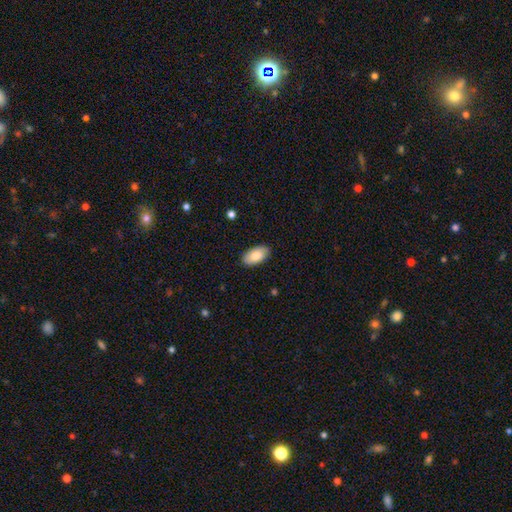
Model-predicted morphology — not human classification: This appears to be a smooth galaxy with no disk features (83%) that is in between round and cigar-shaped (95%). Merging: none (87%).